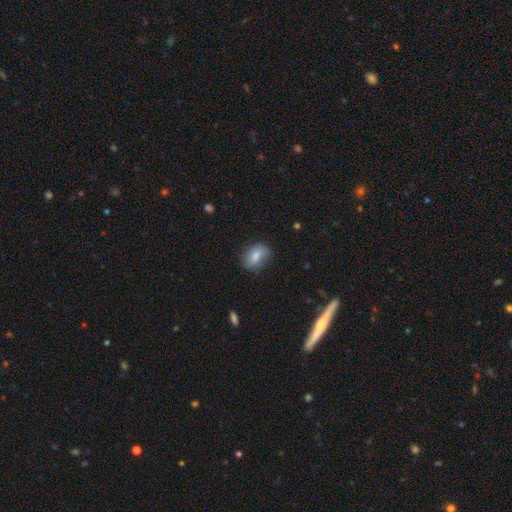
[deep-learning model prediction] smooth-or-featured: smooth: 76% | featured or disk: 16% | star or artifact: 8%
  how-rounded: in between: 73% | round: 26% | cigar-shaped: 2%
  merging: none: 72% | minor disturbance: 21% | major disturbance: 5% | merger: 2%